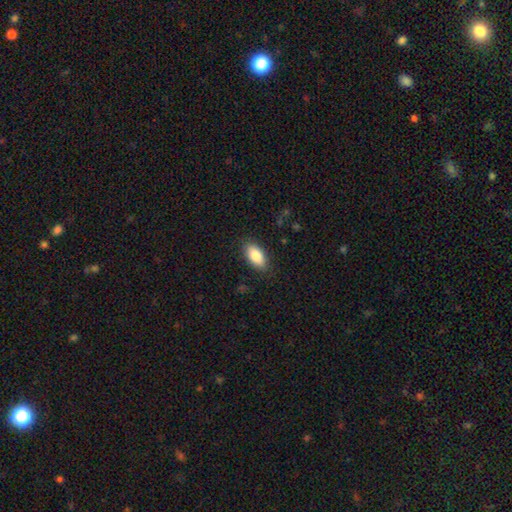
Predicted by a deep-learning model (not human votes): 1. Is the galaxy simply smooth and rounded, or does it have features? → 85% smooth, 9% featured or disk, 7% star or artifact.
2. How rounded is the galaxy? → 92% in between, 5% cigar-shaped, 3% round.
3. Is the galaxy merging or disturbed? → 87% none, 10% minor disturbance, 3% major disturbance, 1% merger.